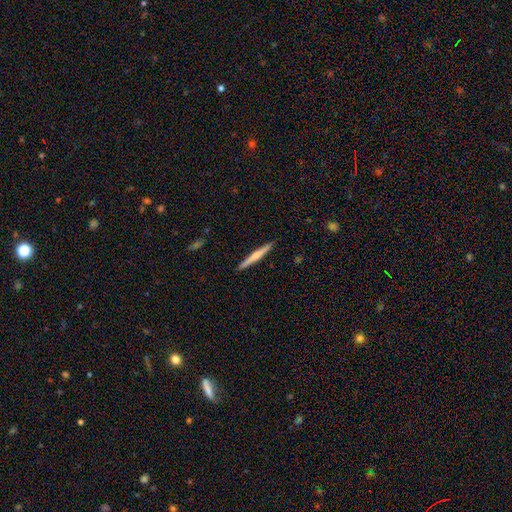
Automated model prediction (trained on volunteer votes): Smooth or featured?
  - featured or disk: 53% *
  - smooth: 42%
  - star or artifact: 5%
Edge-on disk?
  - yes: 98% *
  - no: 2%
Edge-on bulge?
  - rounded: 63% *
  - none: 27%
  - boxy: 9%
Merging?
  - none: 91% *
  - minor disturbance: 7%
  - major disturbance: 1%
  - merger: 1%